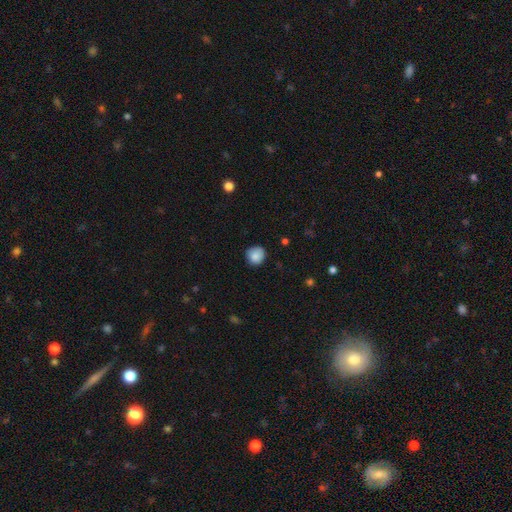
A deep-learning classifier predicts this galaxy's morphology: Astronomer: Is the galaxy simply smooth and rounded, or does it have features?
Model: smooth — 87%.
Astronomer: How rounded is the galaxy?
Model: round — 90%.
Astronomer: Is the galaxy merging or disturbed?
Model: none — 81%.